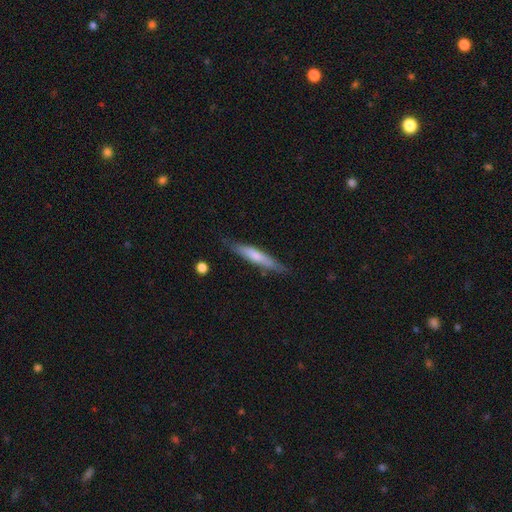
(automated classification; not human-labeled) A smooth galaxy with no disk features (60%) that is cigar-shaped (90%).

Vote fractions:
- Smooth or featured? smooth: 60% / featured or disk: 34% / star or artifact: 6%
- How rounded? cigar-shaped: 90% / in between: 8% / round: 1%
- Merging? none: 80% / minor disturbance: 16% / major disturbance: 3% / merger: 2%